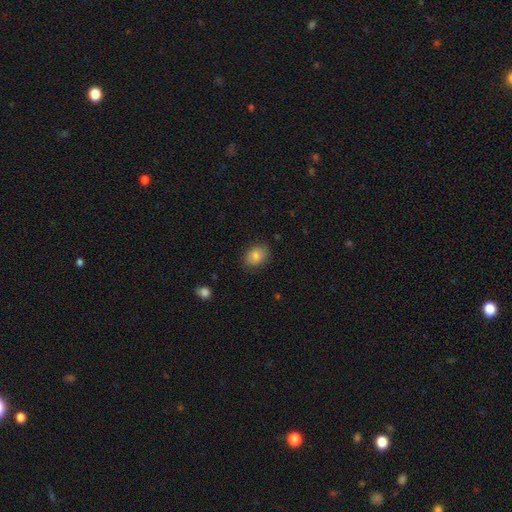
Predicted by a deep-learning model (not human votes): This appears to be a smooth galaxy with no disk features (80%) that is in between round and cigar-shaped (68%). Merging: none (82%).